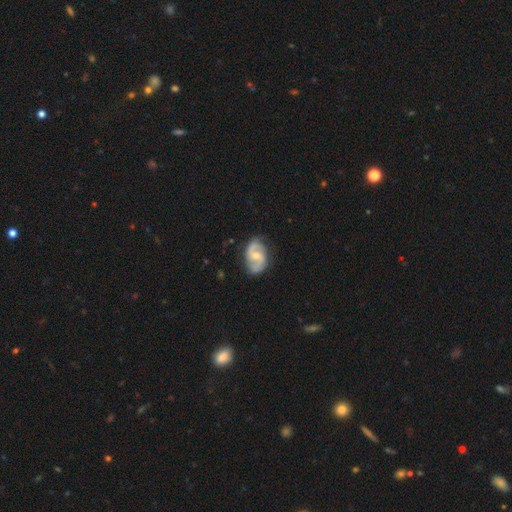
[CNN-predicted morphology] type=featured or disk (85%); edge-on=no (98%); bar=weak (51%); spiral arms=yes (96%); winding=medium (52%); arm count=2 (91%); bulge=small (49%); merging=none (78%).